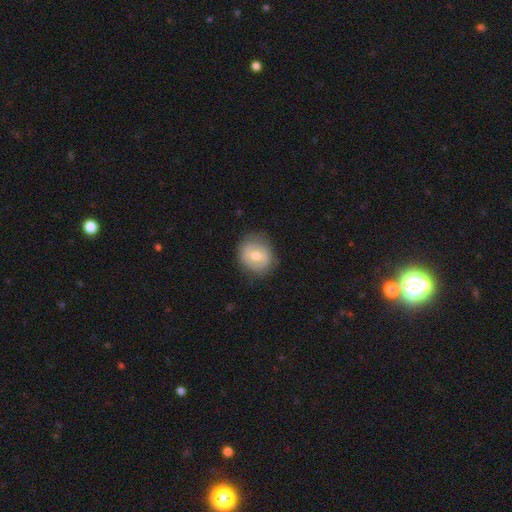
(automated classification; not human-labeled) This is possibly a smooth galaxy (50%). Merging: likely none (79%).